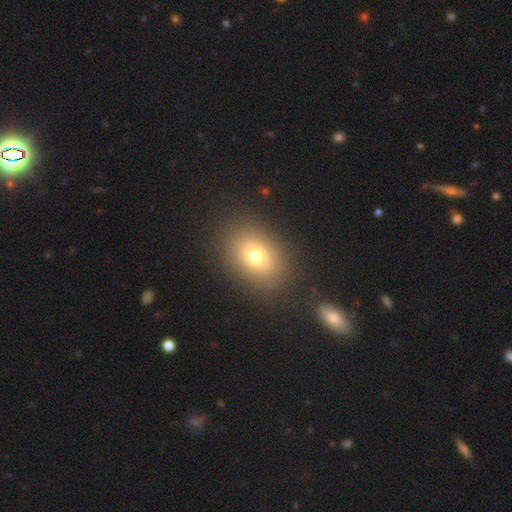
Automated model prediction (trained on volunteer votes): smooth_or_featured: smooth (p=0.73) [alt: star or artifact p=0.14]
how_rounded: in between (p=0.69) [alt: round p=0.29]
merging: none (p=0.84) [alt: minor disturbance p=0.09]